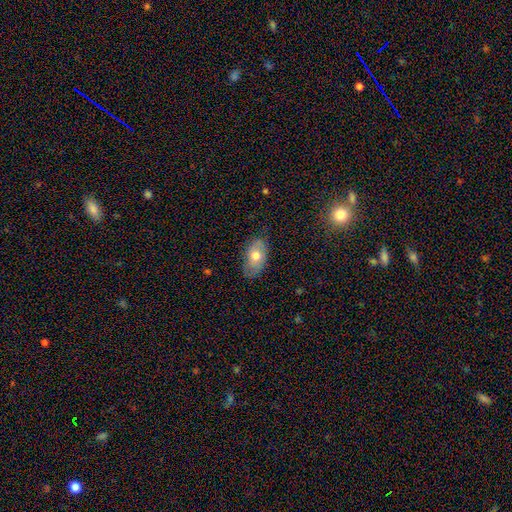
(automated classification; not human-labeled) Smooth or featured?
  - smooth: 68% *
  - featured or disk: 25%
  - star or artifact: 7%
How rounded?
  - in between: 91% *
  - round: 7%
  - cigar-shaped: 2%
Merging?
  - none: 74% *
  - minor disturbance: 21%
  - major disturbance: 4%
  - merger: 1%